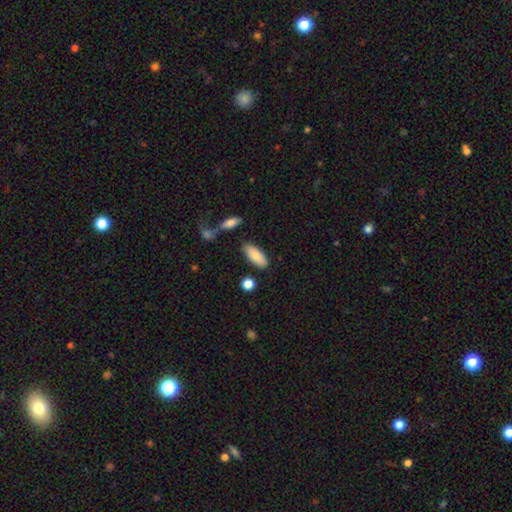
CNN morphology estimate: smooth-or-featured: smooth: 85% | featured or disk: 9% | star or artifact: 6%
  how-rounded: in between: 82% | cigar-shaped: 16% | round: 2%
  merging: none: 81% | minor disturbance: 12% | merger: 4% | major disturbance: 3%